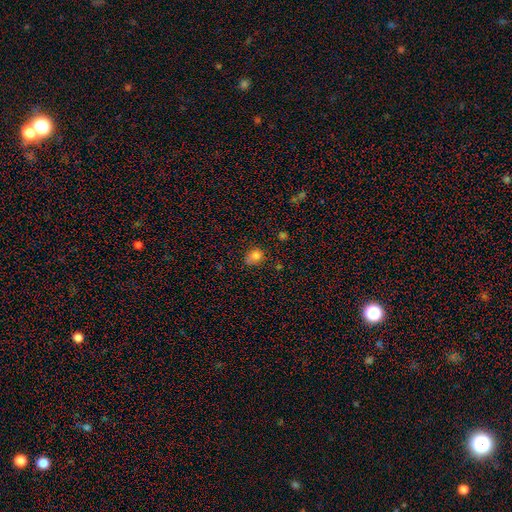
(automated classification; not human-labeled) Q: Smooth or featured?
A: smooth (81%); runner-up: star or artifact (12%)
Q: How rounded?
A: round (55%); runner-up: in between (44%)
Q: Merging?
A: none (53%); runner-up: minor disturbance (30%)